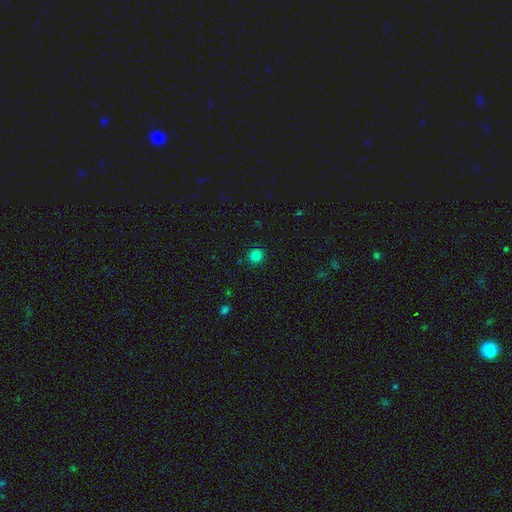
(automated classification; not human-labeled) A smooth galaxy with no disk features (82%) that is round (93%).

Vote fractions:
- Smooth or featured? smooth: 82% / star or artifact: 13% / featured or disk: 4%
- How rounded? round: 93% / in between: 6% / cigar-shaped: 1%
- Merging? none: 89% / minor disturbance: 7% / major disturbance: 2% / merger: 1%